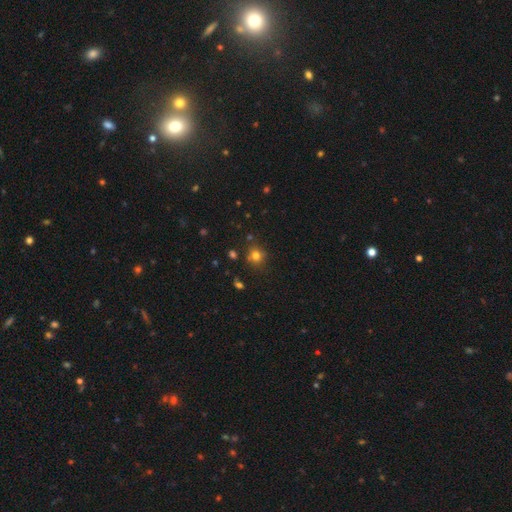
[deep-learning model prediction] Smooth or featured? Predicted: smooth (p=0.75). How rounded? Predicted: round (p=0.86). Merging? Predicted: none (p=0.80).